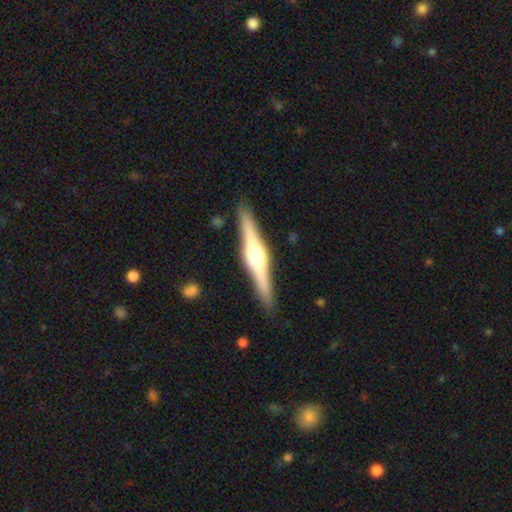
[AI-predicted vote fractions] Smooth or featured: featured or disk — 77% (smooth — 18%)
Edge-on disk: yes — 98% (no — 2%)
Edge-on bulge: rounded — 88% (boxy — 9%)
Merging: none — 90% (minor disturbance — 7%)